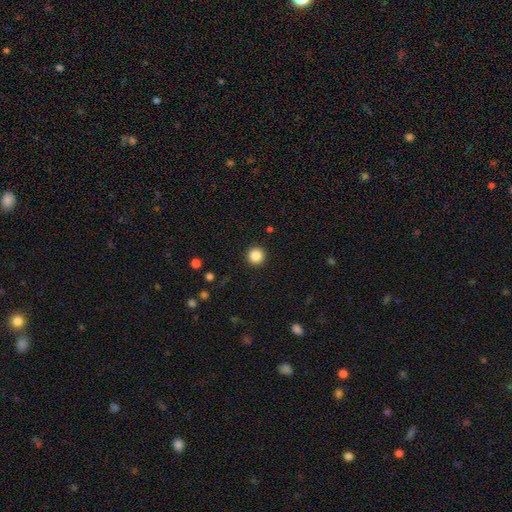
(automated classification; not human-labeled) smooth 87%, star or artifact 10%, featured or disk 3%. Down the decision tree: how rounded — round (96%); merging — none (93%).